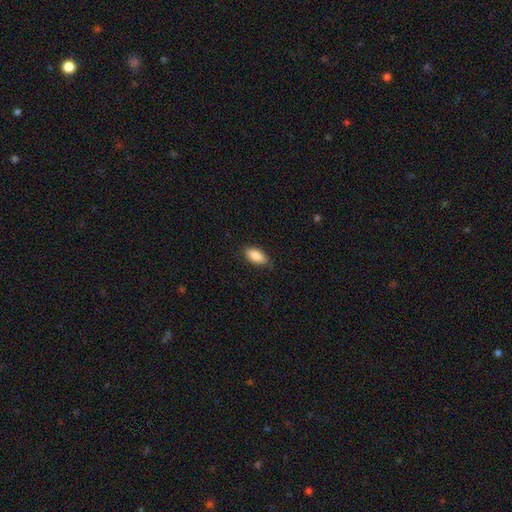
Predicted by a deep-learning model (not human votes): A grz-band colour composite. It shows a smooth galaxy with no disk features (87%) that is in between round and cigar-shaped (90%). Merging: none (80%).